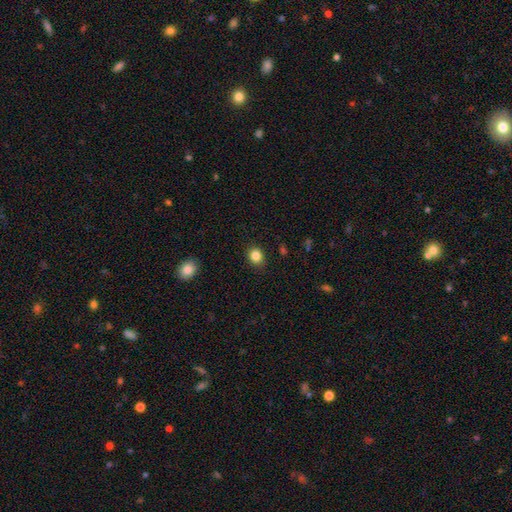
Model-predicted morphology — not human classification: Smooth or featured?
  - smooth: 85% *
  - star or artifact: 11%
  - featured or disk: 4%
How rounded?
  - round: 71% *
  - in between: 28%
  - cigar-shaped: 1%
Merging?
  - none: 89% *
  - minor disturbance: 8%
  - major disturbance: 2%
  - merger: 1%